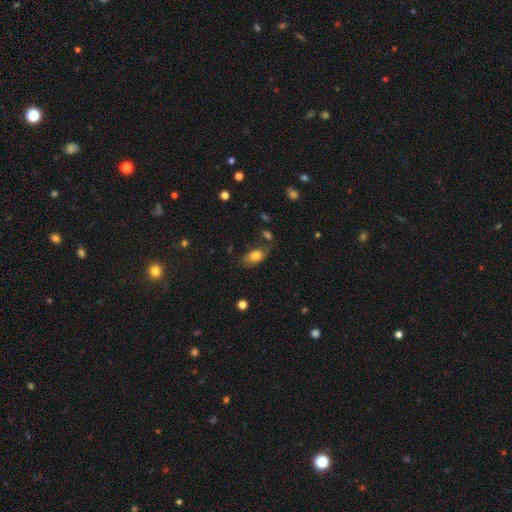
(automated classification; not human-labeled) This appears to be a smooth galaxy with no disk features (78%) that is in between round and cigar-shaped (89%). Merging: none (62%).